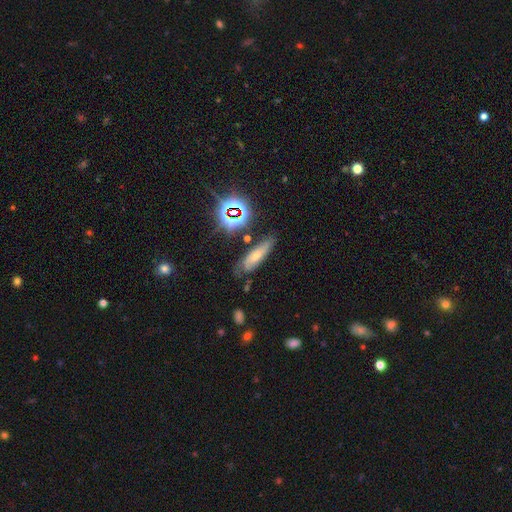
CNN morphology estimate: A featured or disk galaxy (35%). Merging: none (68%).